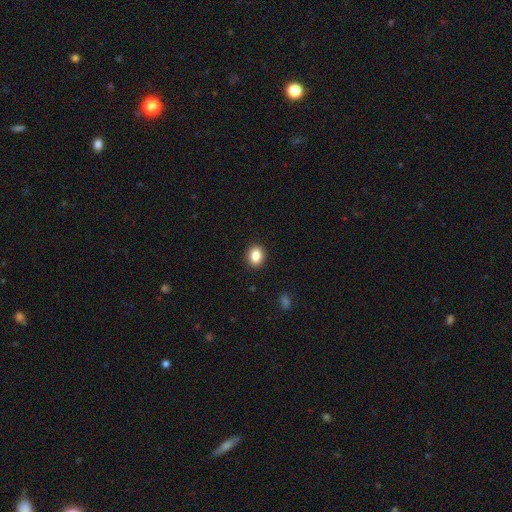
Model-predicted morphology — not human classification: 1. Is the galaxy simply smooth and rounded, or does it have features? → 86% smooth, 9% star or artifact, 5% featured or disk.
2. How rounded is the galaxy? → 60% in between, 39% round, 1% cigar-shaped.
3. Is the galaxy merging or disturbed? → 90% none, 7% minor disturbance, 2% major disturbance, 1% merger.